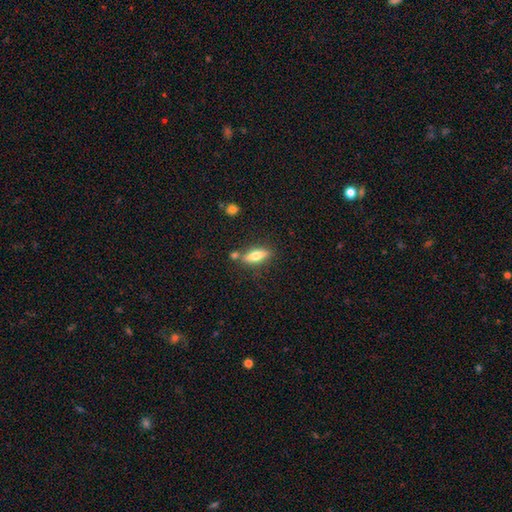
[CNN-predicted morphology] A smooth galaxy with no disk features (64%) that is in between round and cigar-shaped (52%). Merging: none (74%).